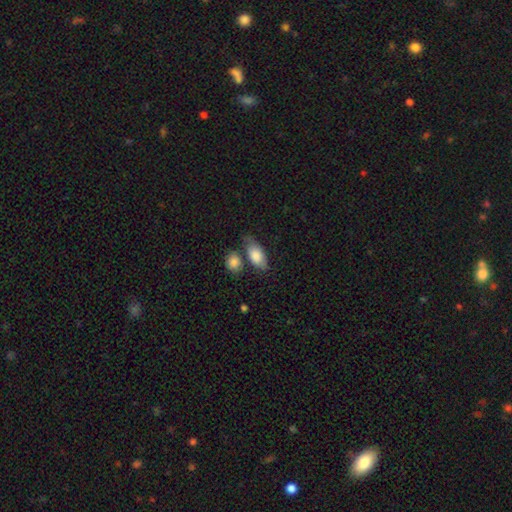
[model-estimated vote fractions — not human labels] Morphology: type=smooth (80%); roundness=in between (88%); merging=none (53%).